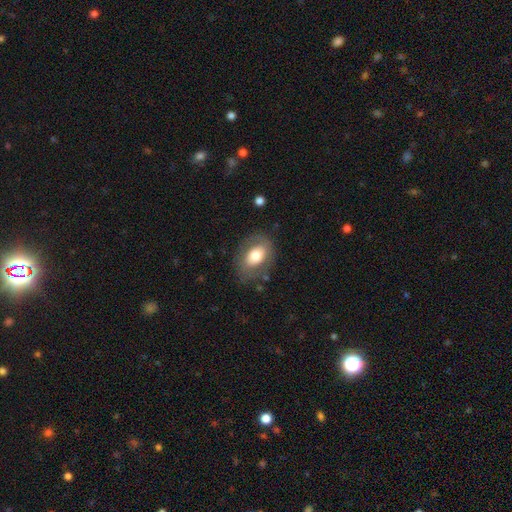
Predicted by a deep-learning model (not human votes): Q: Smooth or featured?
A: smooth (56%); runner-up: featured or disk (37%)
Q: How rounded?
A: in between (72%); runner-up: round (27%)
Q: Merging?
A: none (74%); runner-up: minor disturbance (16%)